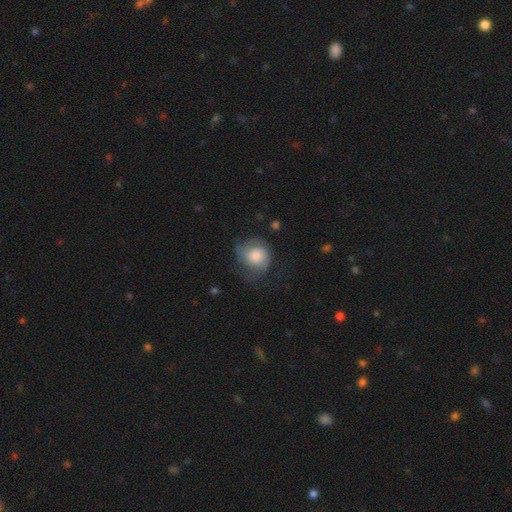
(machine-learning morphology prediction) Smooth or featured: smooth — 48% (featured or disk — 43%)
Merging: none — 52% (minor disturbance — 27%)